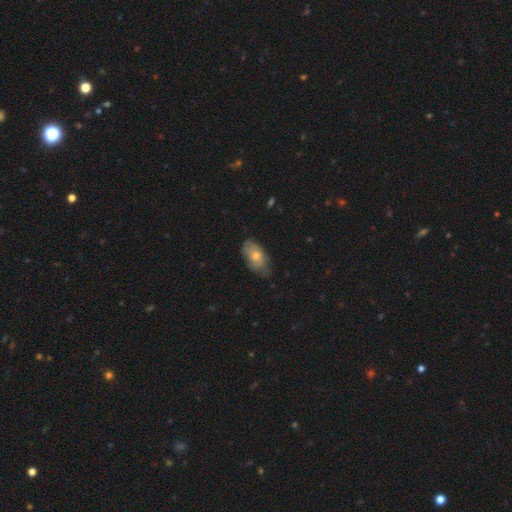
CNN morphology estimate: This is possibly a smooth galaxy (55%). How rounded: clearly in between (91%). Merging: likely none (65%).